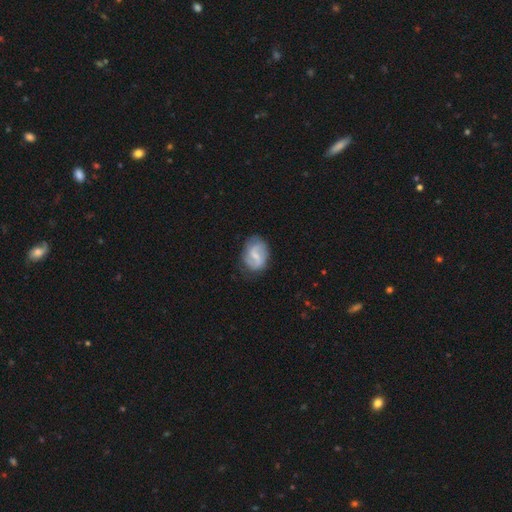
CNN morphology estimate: Smooth or featured? featured or disk (62%)
Edge-on disk? no (97%)
Bar? weak (56%)
Spiral arms? yes (83%)
Spiral winding? loose (41%, tied with medium)
Spiral arm count? 2 (78%)
Bulge size? small (49%)
Merging? none (69%)